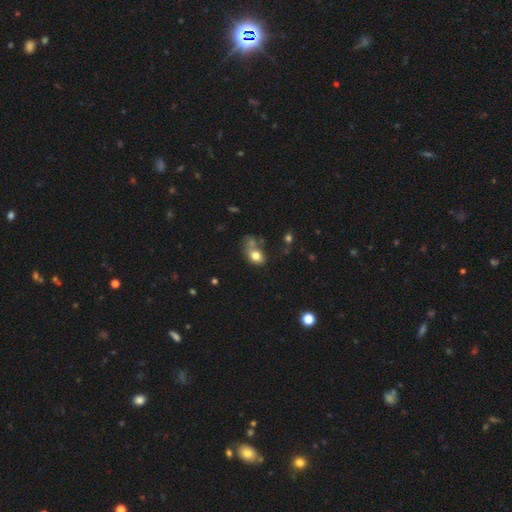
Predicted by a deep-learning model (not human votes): Overall: smooth (76%). How rounded: in between (75%). Merging: none (32%, tied with merger).